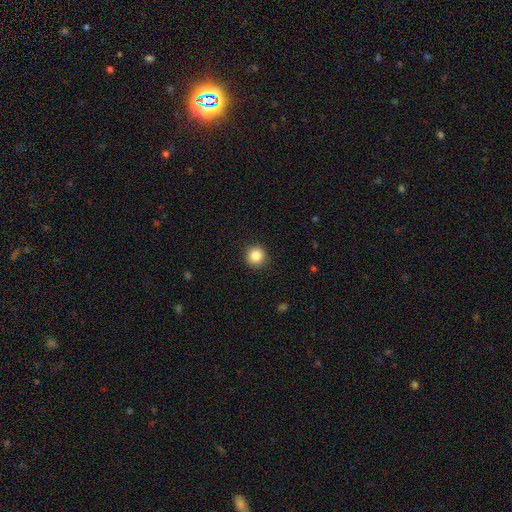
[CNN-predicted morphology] smooth-or-featured: smooth: 86% | star or artifact: 10% | featured or disk: 5%
  how-rounded: round: 94% | in between: 5% | cigar-shaped: 1%
  merging: none: 91% | minor disturbance: 6% | major disturbance: 2% | merger: 1%